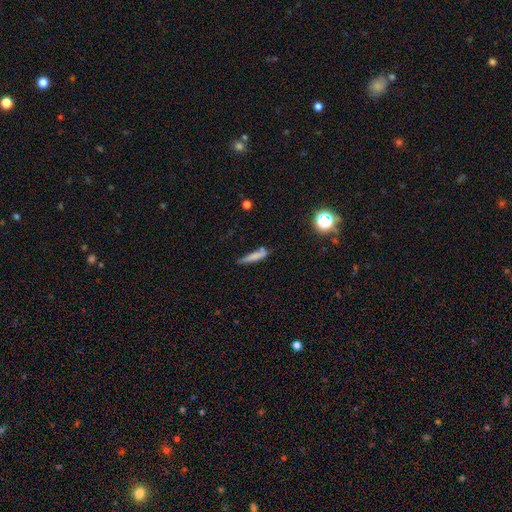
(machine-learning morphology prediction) Q: Smooth or featured?
A: smooth (73%); runner-up: featured or disk (18%)
Q: How rounded?
A: cigar-shaped (87%); runner-up: in between (11%)
Q: Merging?
A: none (60%); runner-up: minor disturbance (26%)